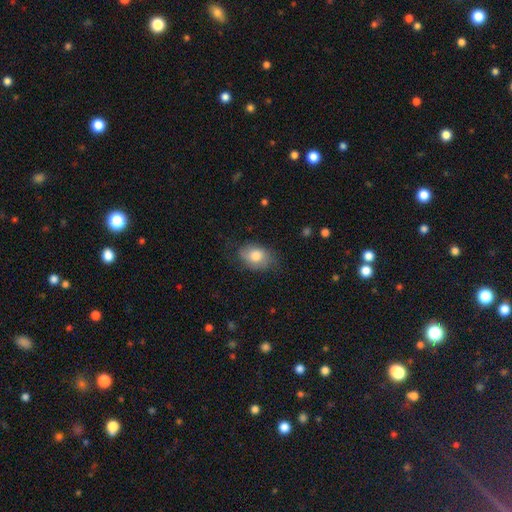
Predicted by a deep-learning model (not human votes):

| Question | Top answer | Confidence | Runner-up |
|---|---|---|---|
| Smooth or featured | smooth | 75% | featured or disk (17%) |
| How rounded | in between | 79% | round (20%) |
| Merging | none | 69% | minor disturbance (23%) |